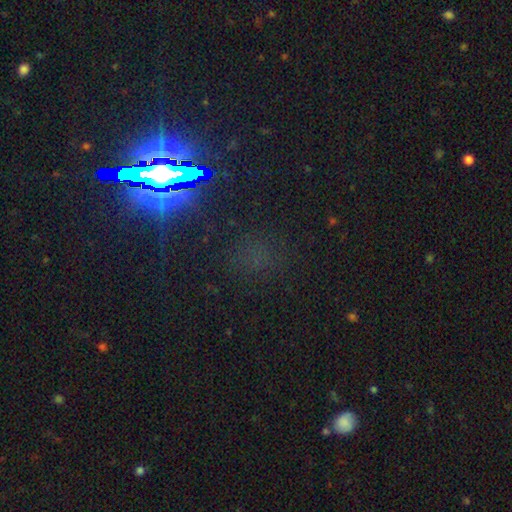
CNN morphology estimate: A star or artifact, not a galaxy (76%).